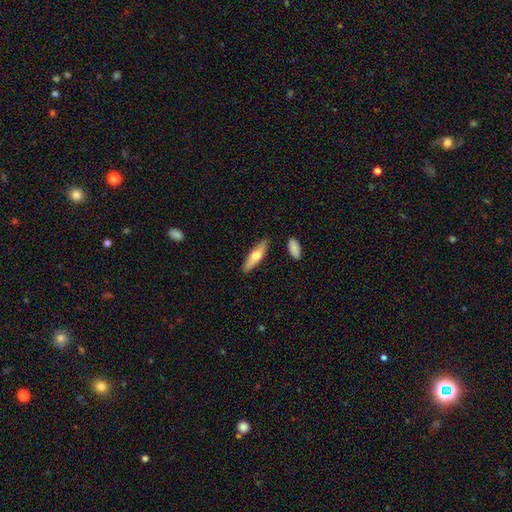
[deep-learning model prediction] Smooth or featured: smooth — 59% (featured or disk — 36%)
How rounded: cigar-shaped — 60% (in between — 38%)
Merging: none — 86% (minor disturbance — 9%)